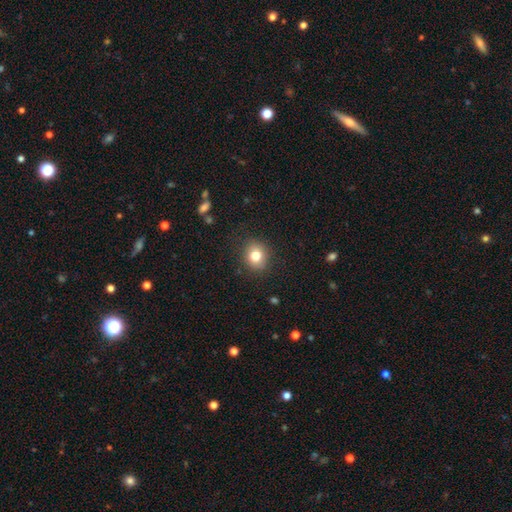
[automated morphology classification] A smooth galaxy with no disk features (80%) that is round (74%). Merging: none (87%).